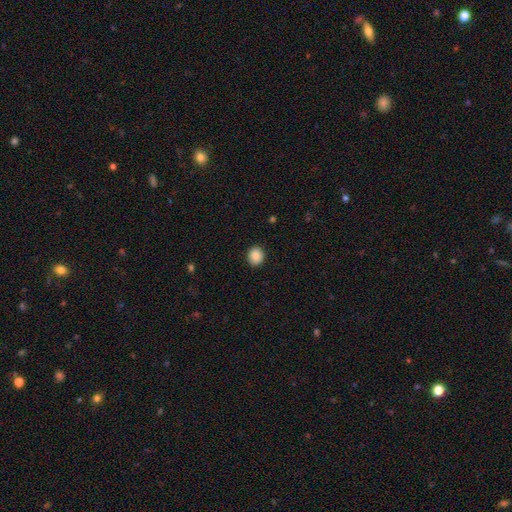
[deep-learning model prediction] Morphology: type=smooth (87%); roundness=round (77%); merging=none (91%).